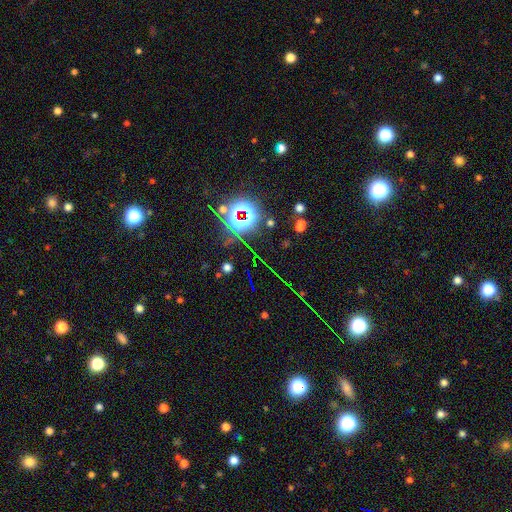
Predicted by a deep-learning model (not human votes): A star or artifact, not a galaxy (76%).